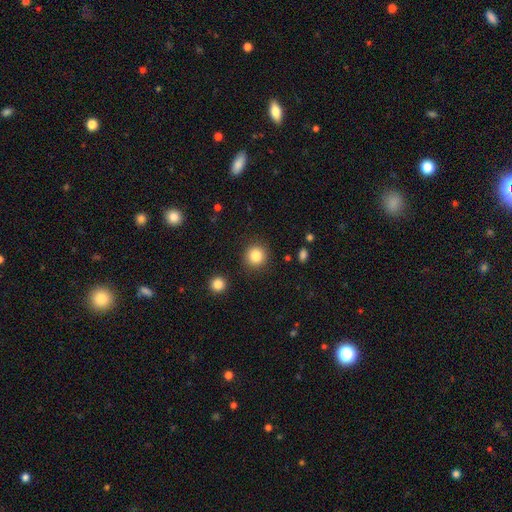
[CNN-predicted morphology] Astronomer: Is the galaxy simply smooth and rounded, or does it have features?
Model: smooth — 84%.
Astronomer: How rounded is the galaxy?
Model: round — 92%.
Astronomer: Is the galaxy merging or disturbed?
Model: none — 89%.